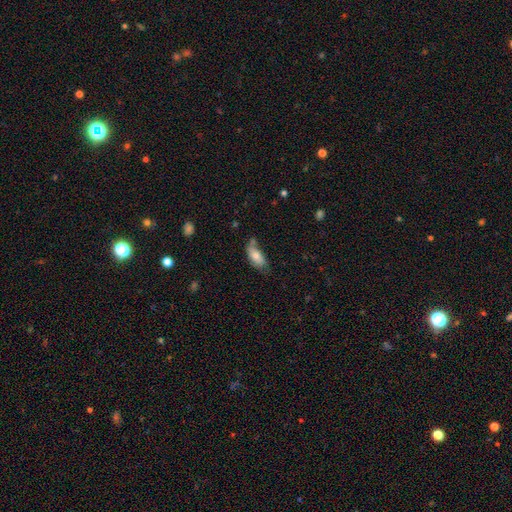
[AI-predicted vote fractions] This appears to be a smooth galaxy with no disk features (72%) that is in between round and cigar-shaped (84%). Merging: none (49%).